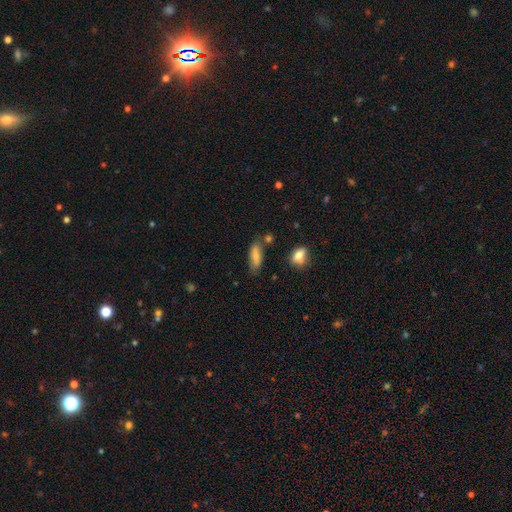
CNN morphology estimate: smooth 78%, featured or disk 14%, star or artifact 8%. Down the decision tree: how rounded — in between (60%); merging — none (66%).